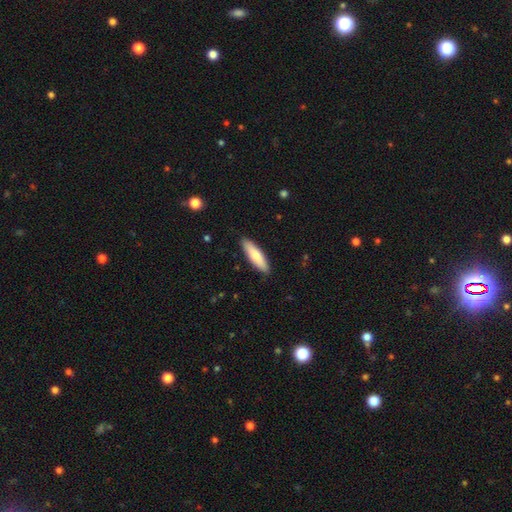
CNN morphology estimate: Smooth or featured?
  - smooth: 73% *
  - featured or disk: 22%
  - star or artifact: 5%
How rounded?
  - cigar-shaped: 63% *
  - in between: 35%
  - round: 2%
Merging?
  - none: 89% *
  - minor disturbance: 8%
  - major disturbance: 2%
  - merger: 1%